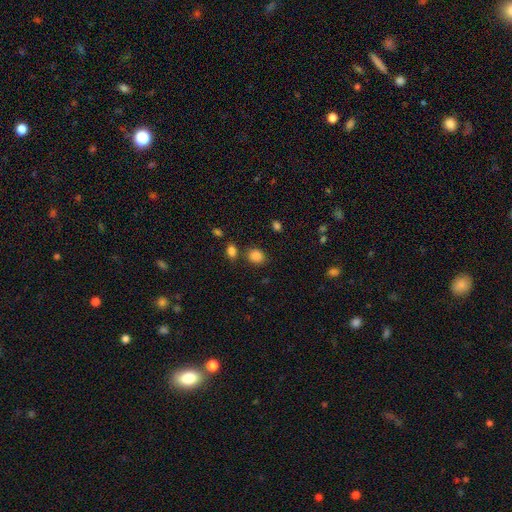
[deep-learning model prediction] A smooth galaxy with no disk features (86%) that is round (53%).

Vote fractions:
- Smooth or featured? smooth: 86% / star or artifact: 10% / featured or disk: 4%
- How rounded? round: 53% / in between: 46% / cigar-shaped: 1%
- Merging? none: 76% / minor disturbance: 12% / merger: 8% / major disturbance: 4%